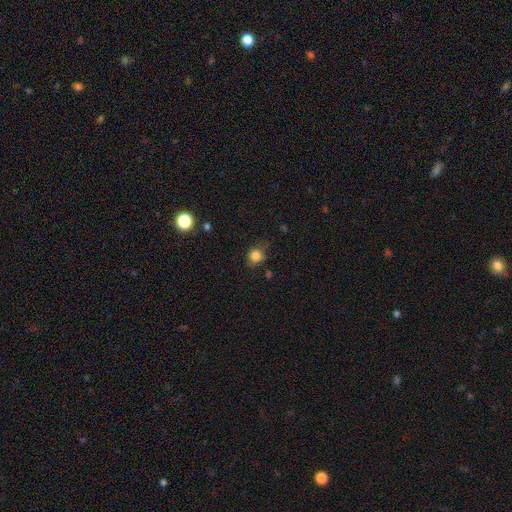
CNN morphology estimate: smooth-or-featured: smooth: 82% | star or artifact: 12% | featured or disk: 6%
  how-rounded: round: 81% | in between: 18% | cigar-shaped: 1%
  merging: none: 72% | minor disturbance: 21% | major disturbance: 5% | merger: 2%